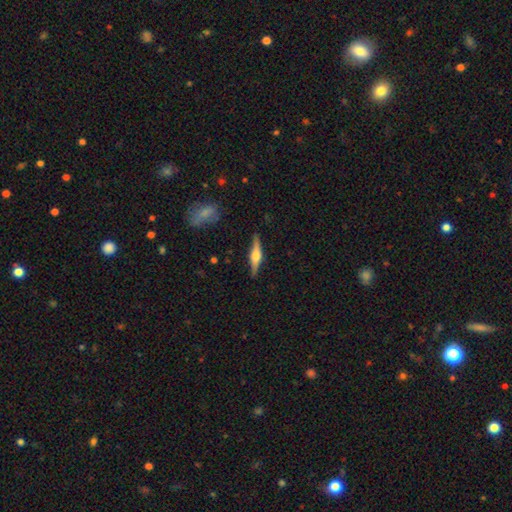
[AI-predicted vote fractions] featured or disk 69%, smooth 26%, star or artifact 5%. Down the decision tree: edge-on disk — yes (97%); edge-on bulge — rounded (91%); merging — none (88%).